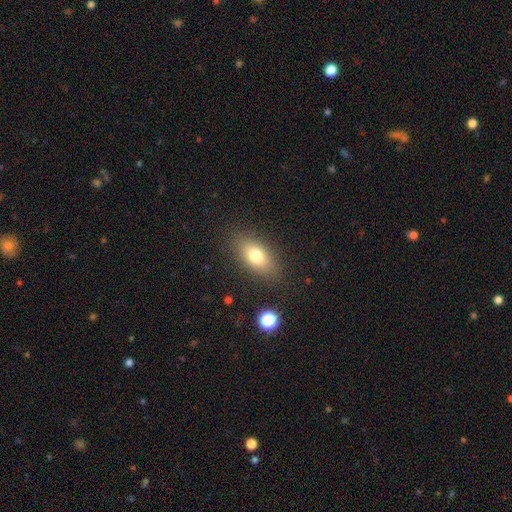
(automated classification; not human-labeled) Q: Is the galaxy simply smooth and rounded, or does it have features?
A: smooth — 77%.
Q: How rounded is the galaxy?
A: in between — 87%.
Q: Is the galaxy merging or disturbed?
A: none — 85%.